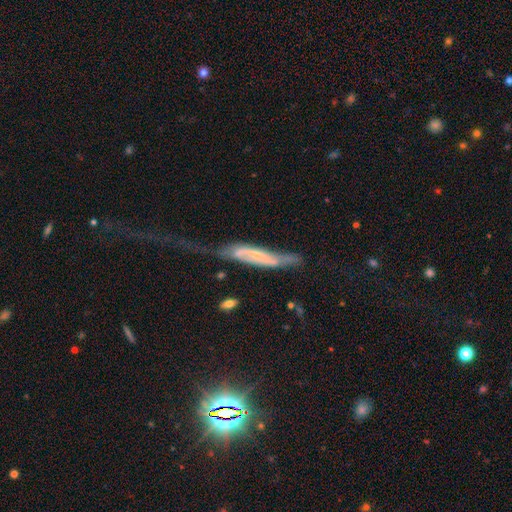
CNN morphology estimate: A featured or disk galaxy (66%). Merging: major disturbance (49%).